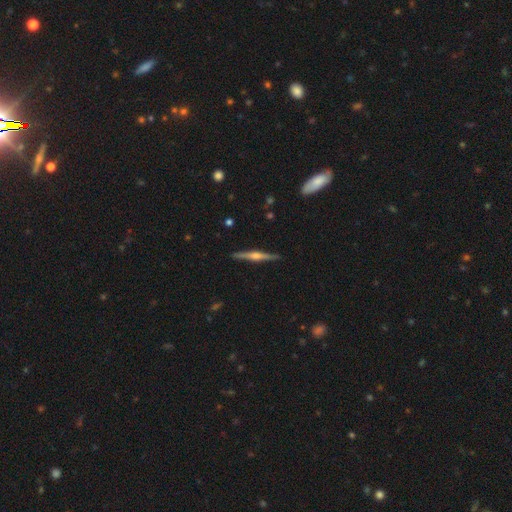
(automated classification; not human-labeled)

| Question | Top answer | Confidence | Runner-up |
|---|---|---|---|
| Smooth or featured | featured or disk | 78% | smooth (17%) |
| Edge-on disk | yes | 98% | no (2%) |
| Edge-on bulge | rounded | 84% | boxy (10%) |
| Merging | none | 91% | minor disturbance (6%) |